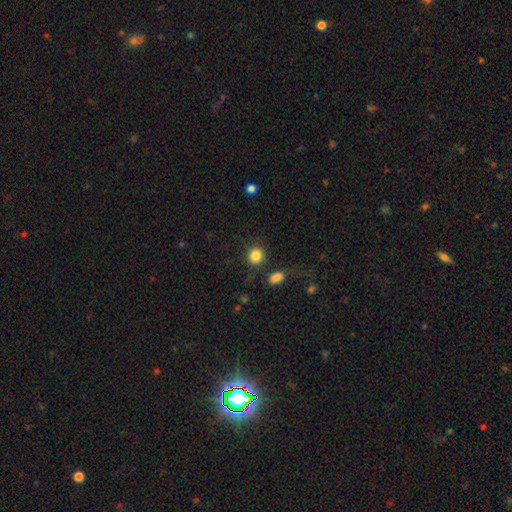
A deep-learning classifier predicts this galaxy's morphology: The model was most divided on "how rounded": round: 84%, in between: 15%, cigar-shaped: 1%. More confident: smooth or featured — smooth (86%); merging — none (80%).